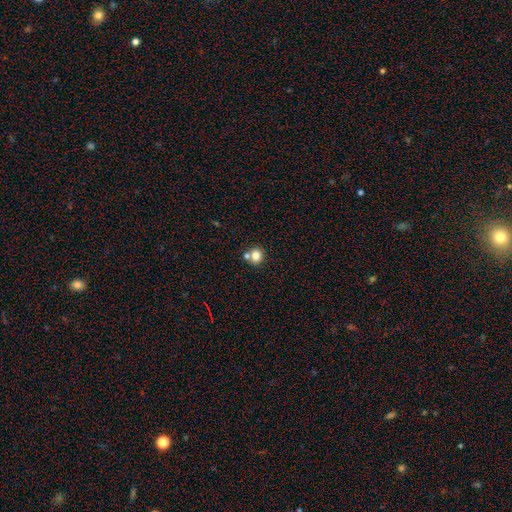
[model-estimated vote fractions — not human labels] Morphology: type=smooth (80%); roundness=round (84%); merging=none (62%).